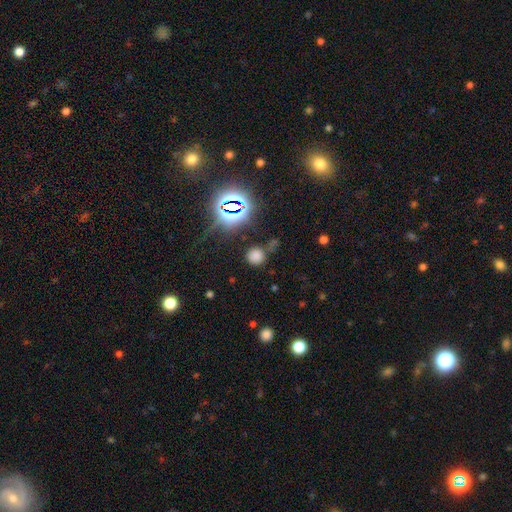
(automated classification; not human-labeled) smooth 65%, star or artifact 29%, featured or disk 6%. Down the decision tree: how rounded — round (89%); merging — none (73%).